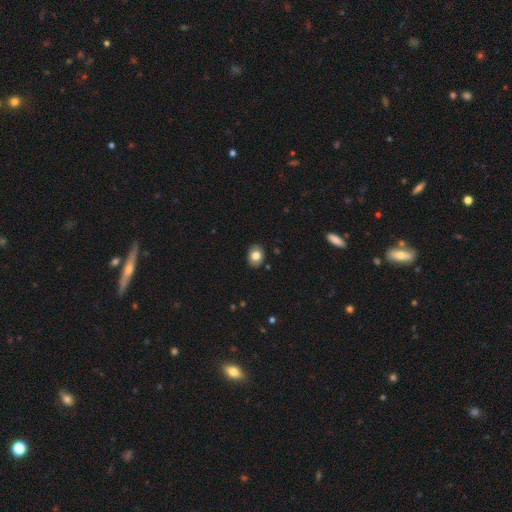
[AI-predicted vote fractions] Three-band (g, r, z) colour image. It shows a smooth galaxy with no disk features (80%) that is in between round and cigar-shaped (57%). Merging: none (88%).